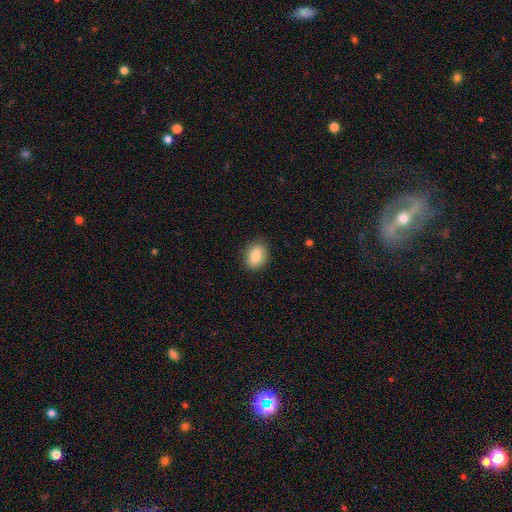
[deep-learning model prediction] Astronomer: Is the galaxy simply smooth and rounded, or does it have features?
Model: smooth — 86%.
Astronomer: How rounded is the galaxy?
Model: in between — 76%.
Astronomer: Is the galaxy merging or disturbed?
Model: none — 86%.